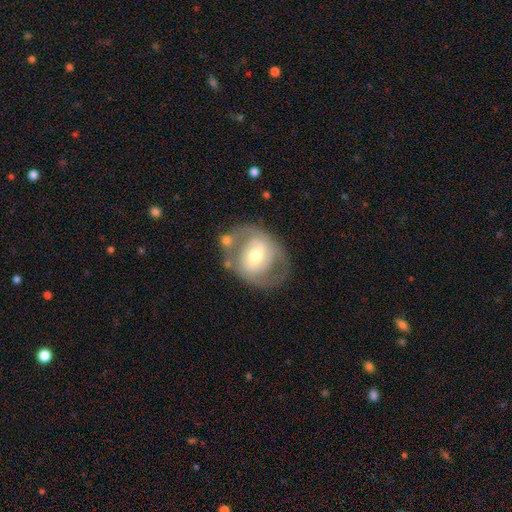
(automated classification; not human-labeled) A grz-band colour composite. It shows a featured or disk galaxy (65%) with a weak bar (40%), spiral arms (59%) and a moderate central bulge (67%). Merging: none (60%).